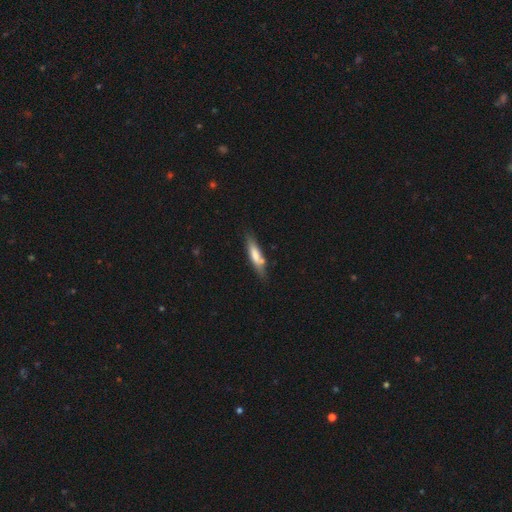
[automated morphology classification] smooth_or_featured: smooth (p=0.65) [alt: featured or disk p=0.29]
how_rounded: cigar-shaped (p=0.74) [alt: in between p=0.24]
merging: none (p=0.71) [alt: minor disturbance p=0.19]